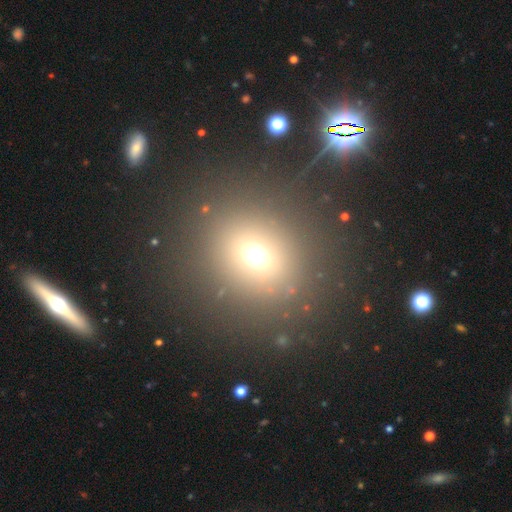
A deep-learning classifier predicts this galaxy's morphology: Overall: smooth (62%; star or artifact 27%). How rounded: round (78%). Merging: none (84%).